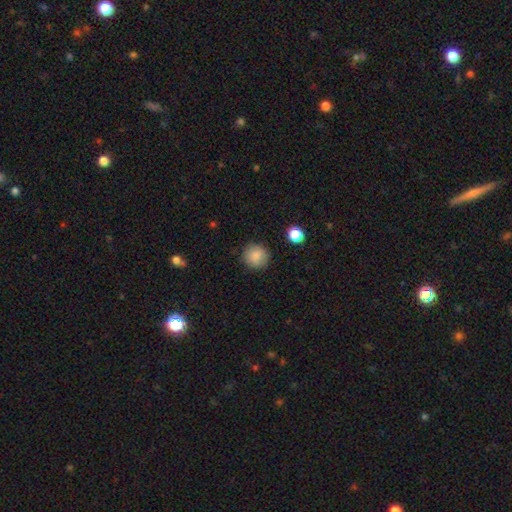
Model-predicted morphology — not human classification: smooth 86%, star or artifact 9%, featured or disk 5%. Down the decision tree: how rounded — round (93%); merging — none (89%).